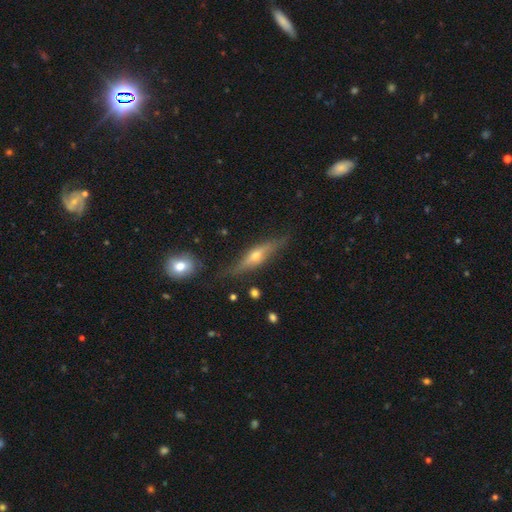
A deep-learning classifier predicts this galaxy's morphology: smooth-or-featured: featured or disk: 69% | smooth: 24% | star or artifact: 7%
  disk-edge-on: yes: 93% | no: 7%
    edge-on-bulge: rounded: 91% | boxy: 5% | none: 4%
  merging: none: 79% | minor disturbance: 15% | major disturbance: 4% | merger: 2%